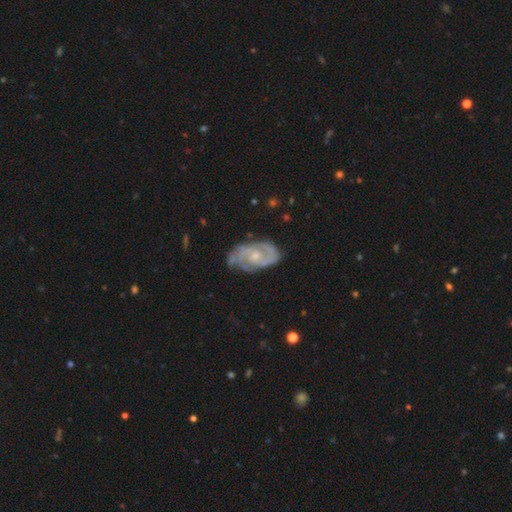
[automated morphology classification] Q: Smooth or featured?
A: featured or disk (81%); runner-up: smooth (13%)
Q: Edge-on disk?
A: no (96%); runner-up: yes (4%)
Q: Bar?
A: no (65%); runner-up: weak (30%)
Q: Spiral arms?
A: yes (93%); runner-up: no (7%)
Q: Spiral winding?
A: tight (48%); runner-up: medium (41%)
Q: Spiral arm count?
A: 2 (58%); runner-up: can't tell (20%)
Q: Bulge size?
A: small (57%); runner-up: moderate (34%)
Q: Merging?
A: none (70%); runner-up: minor disturbance (22%)